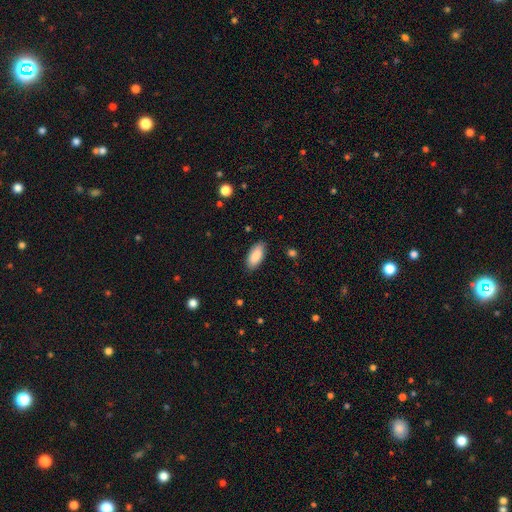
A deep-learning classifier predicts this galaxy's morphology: Smooth or featured?
  - smooth: 88% *
  - featured or disk: 6%
  - star or artifact: 6%
How rounded?
  - in between: 90% *
  - cigar-shaped: 8%
  - round: 2%
Merging?
  - none: 86% *
  - minor disturbance: 11%
  - major disturbance: 2%
  - merger: 1%